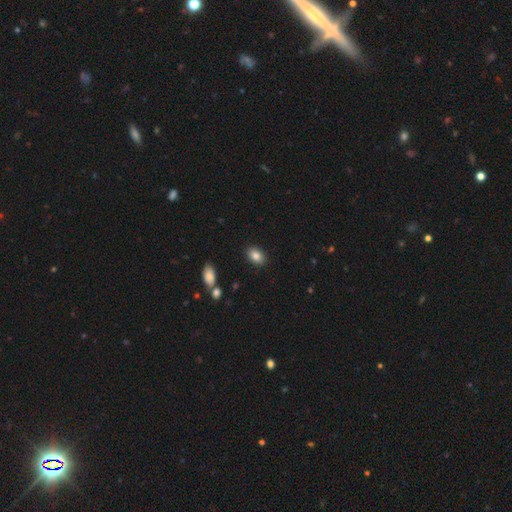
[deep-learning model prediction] Smooth or featured? Predicted: smooth (p=0.85). How rounded? Predicted: in between (p=0.85). Merging? Predicted: none (p=0.88).